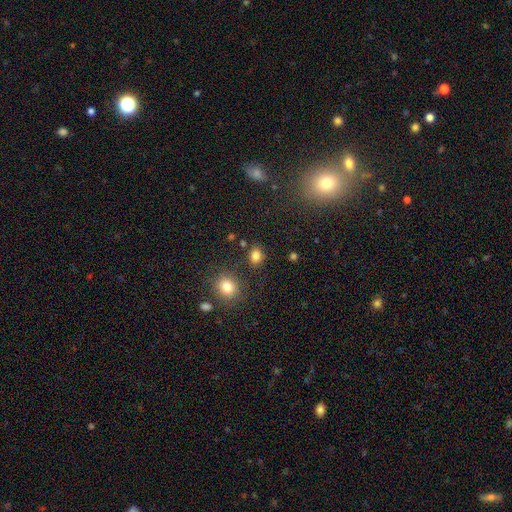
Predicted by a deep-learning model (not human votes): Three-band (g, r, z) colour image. It shows a smooth galaxy with no disk features (82%) that is in between round and cigar-shaped (61%). Merging: none (81%).